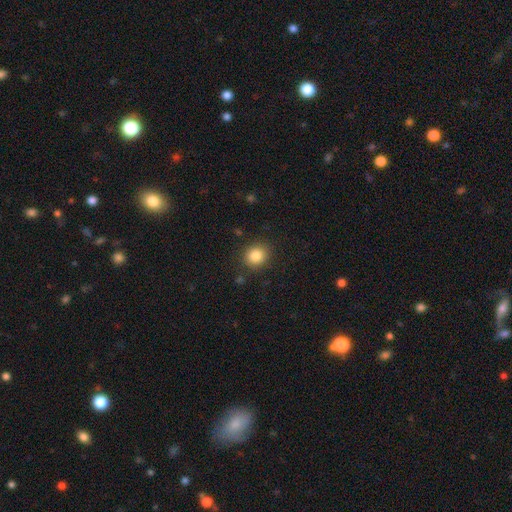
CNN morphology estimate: A smooth galaxy with no disk features (85%) that is round (78%).

Vote fractions:
- Smooth or featured? smooth: 85% / star or artifact: 10% / featured or disk: 5%
- How rounded? round: 78% / in between: 21% / cigar-shaped: 1%
- Merging? none: 86% / minor disturbance: 9% / major disturbance: 3% / merger: 2%